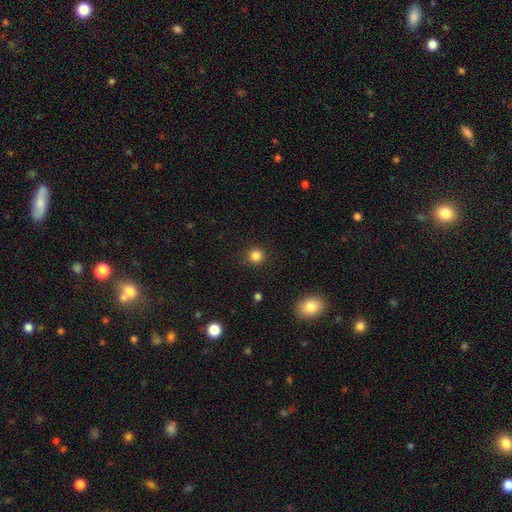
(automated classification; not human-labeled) A smooth galaxy with no disk features (83%) that is round (94%).

Vote fractions:
- Smooth or featured? smooth: 83% / star or artifact: 13% / featured or disk: 4%
- How rounded? round: 94% / in between: 5% / cigar-shaped: 1%
- Merging? none: 91% / minor disturbance: 5% / major disturbance: 2% / merger: 1%